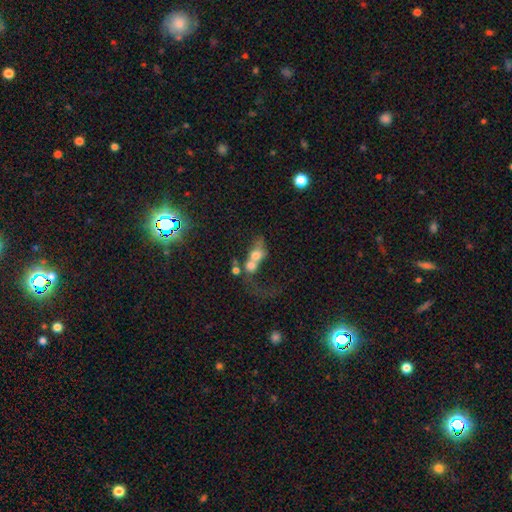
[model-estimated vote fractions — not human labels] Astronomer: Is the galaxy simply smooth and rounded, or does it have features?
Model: smooth — 57%.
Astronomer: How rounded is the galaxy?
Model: in between — 50% (runner-up: round, 45%).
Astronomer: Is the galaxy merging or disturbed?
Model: merger — 68%.